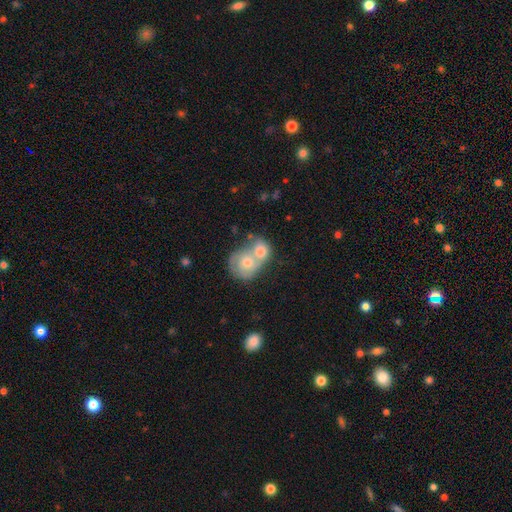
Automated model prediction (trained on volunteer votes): The model was most divided on "smooth or featured": smooth: 50%, featured or disk: 41%, star or artifact: 9%. More confident: merging — merger (71%); how rounded — round (71%).